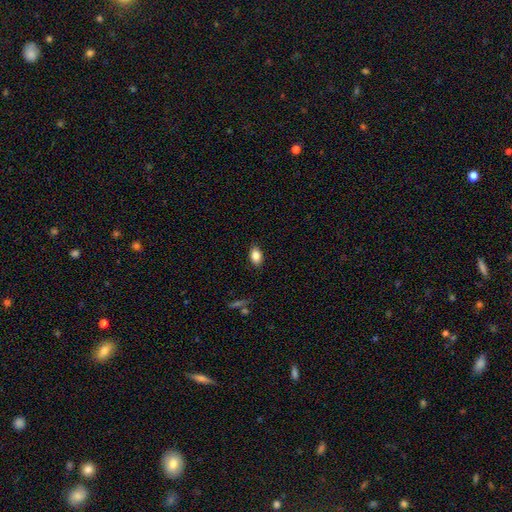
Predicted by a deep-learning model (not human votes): smooth 84%, star or artifact 8%, featured or disk 7%. Down the decision tree: how rounded — in between (88%); merging — none (87%).